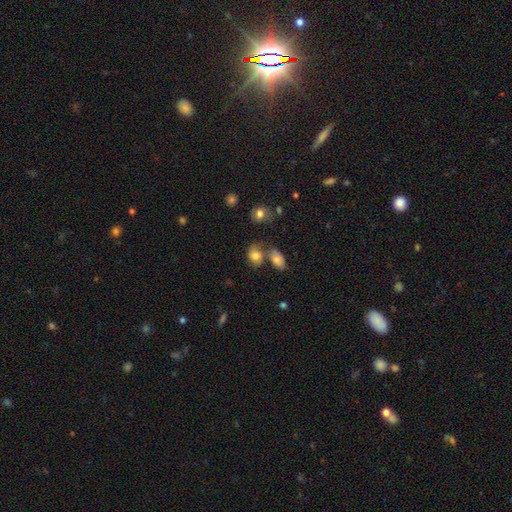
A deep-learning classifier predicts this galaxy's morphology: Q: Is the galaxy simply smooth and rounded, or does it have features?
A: smooth — 75%.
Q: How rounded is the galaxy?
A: in between — 59%.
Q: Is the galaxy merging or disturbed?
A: none — 42%.